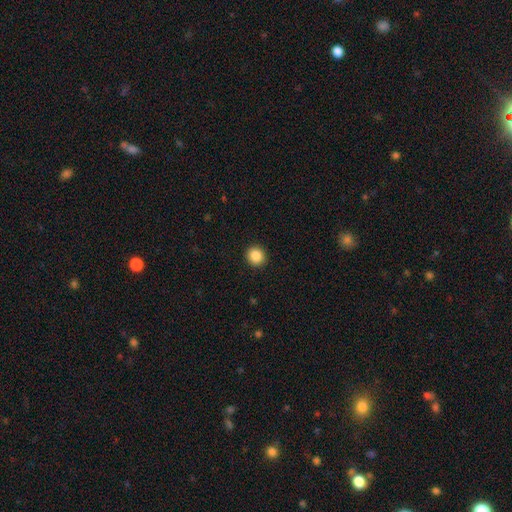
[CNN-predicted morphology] smooth_or_featured: smooth (p=0.87) [alt: star or artifact p=0.09]
how_rounded: round (p=0.89) [alt: in between p=0.10]
merging: none (p=0.92) [alt: minor disturbance p=0.05]